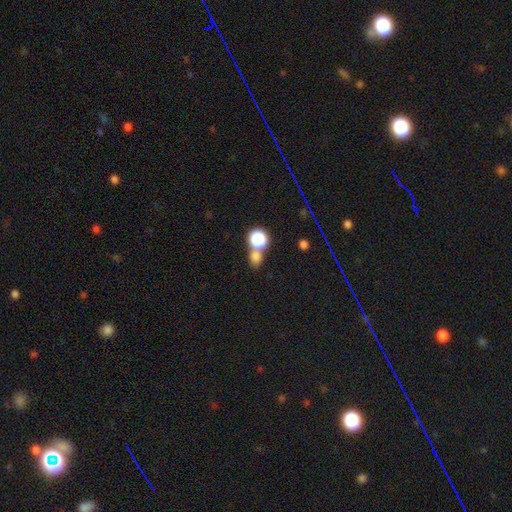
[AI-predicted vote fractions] smooth 72%, star or artifact 21%, featured or disk 7%. Down the decision tree: how rounded — round (69%); merging — none (53%).